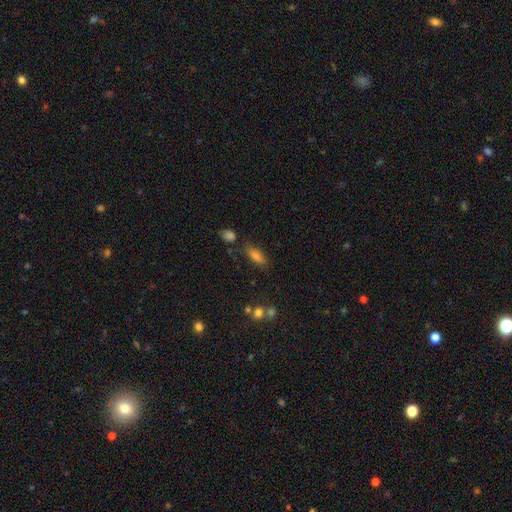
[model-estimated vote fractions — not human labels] Smooth or featured: smooth — 72% (star or artifact — 15%)
How rounded: in between — 74% (cigar-shaped — 21%)
Merging: none — 72% (minor disturbance — 16%)